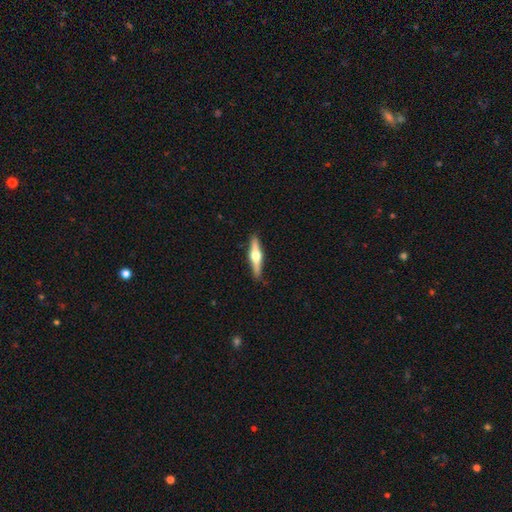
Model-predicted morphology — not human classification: type=featured or disk (68%); edge-on=yes (97%); edge-on bulge=rounded (95%); merging=none (89%).